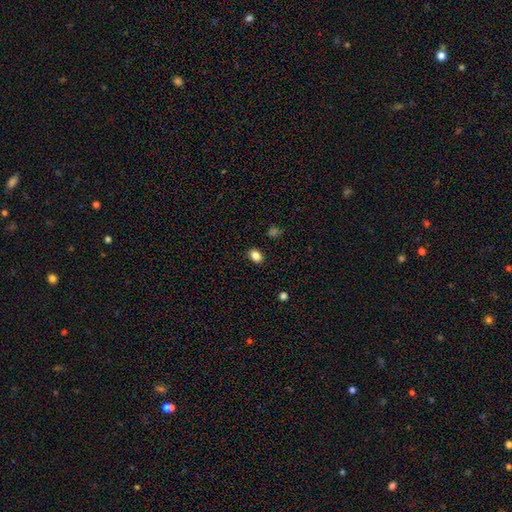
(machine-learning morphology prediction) smooth 84%, star or artifact 11%, featured or disk 6%. Down the decision tree: how rounded — in between (70%); merging — none (88%).